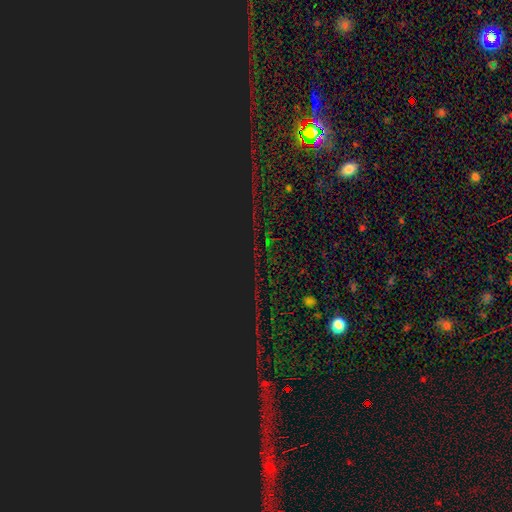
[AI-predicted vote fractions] A star or artifact, not a galaxy (86%).